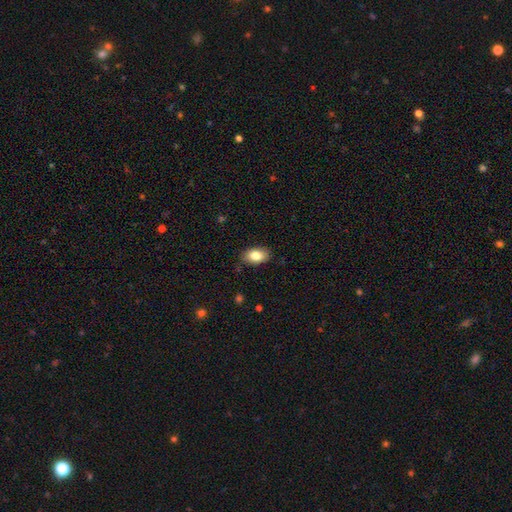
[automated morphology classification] A smooth galaxy with no disk features (83%) that is in between round and cigar-shaped (90%).

Vote fractions:
- Smooth or featured? smooth: 83% / featured or disk: 10% / star or artifact: 7%
- How rounded? in between: 90% / round: 8% / cigar-shaped: 2%
- Merging? none: 85% / minor disturbance: 11% / major disturbance: 2% / merger: 1%